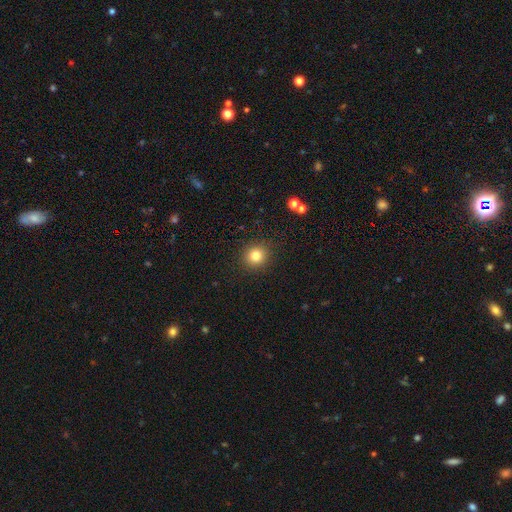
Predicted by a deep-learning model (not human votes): This is clearly a smooth galaxy (81%). How rounded: clearly round (90%). Merging: clearly none (90%).